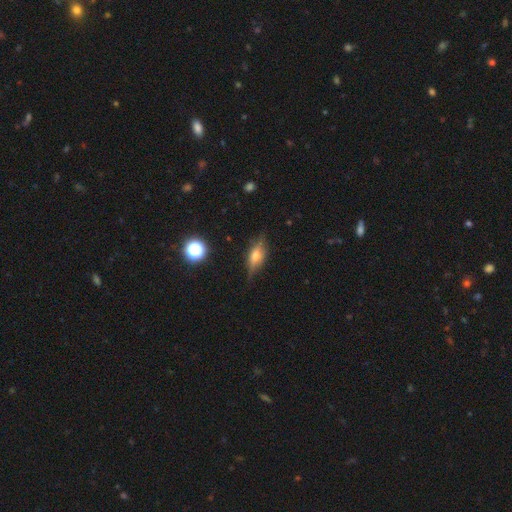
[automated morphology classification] featured or disk 51%, smooth 38%, star or artifact 10%. Down the decision tree: edge-on disk — yes (89%); merging — none (77%).